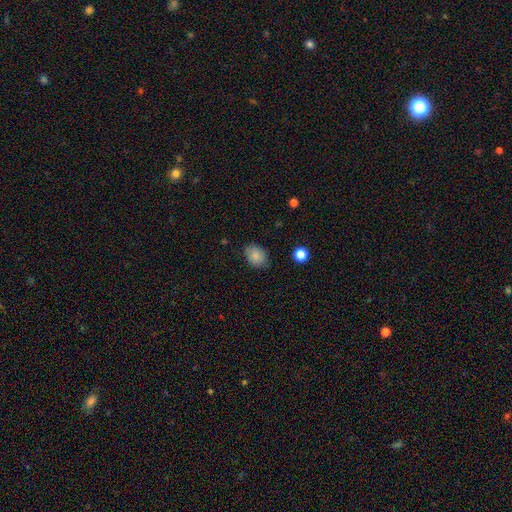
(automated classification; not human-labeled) Morphology: type=smooth (85%); roundness=in between (68%); merging=none (80%).